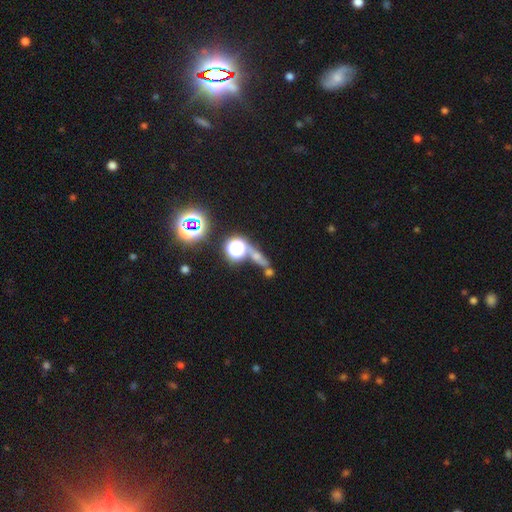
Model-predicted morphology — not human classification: Overall: star or artifact (40%; smooth 38%).